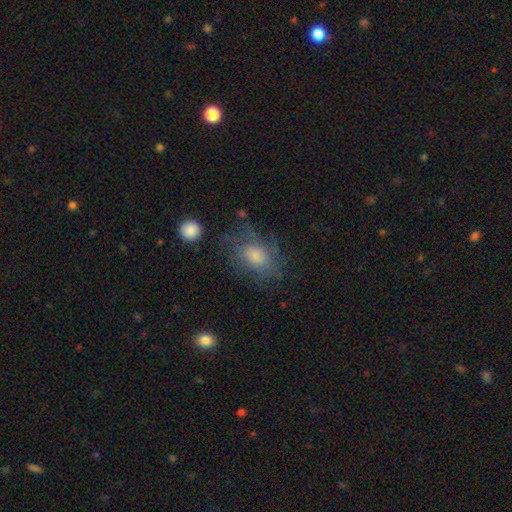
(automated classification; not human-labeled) Smooth or featured? smooth (54%)
How rounded? in between (71%)
Merging? none (51%)